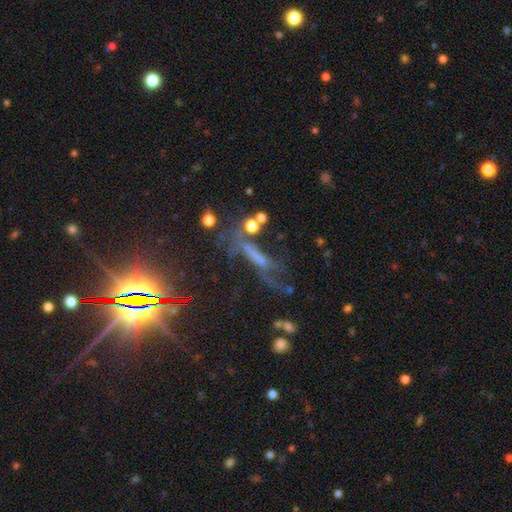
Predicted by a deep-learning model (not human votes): Smooth or featured? Predicted: featured or disk (p=0.39). Merging? Predicted: none (p=0.42).